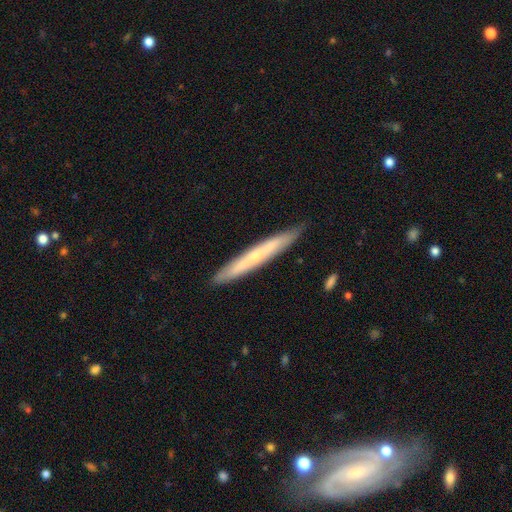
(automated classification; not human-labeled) Overall: featured or disk (53%; smooth 41%). Edge-on disk: yes (90%). Merging: none (87%).